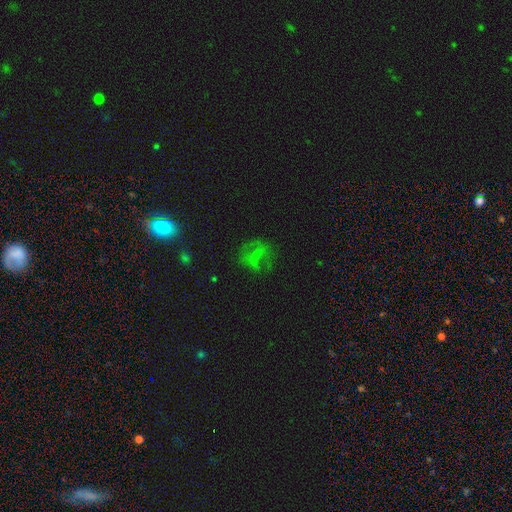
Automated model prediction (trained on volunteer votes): A smooth galaxy with no disk features (37%). Merging: none (56%).